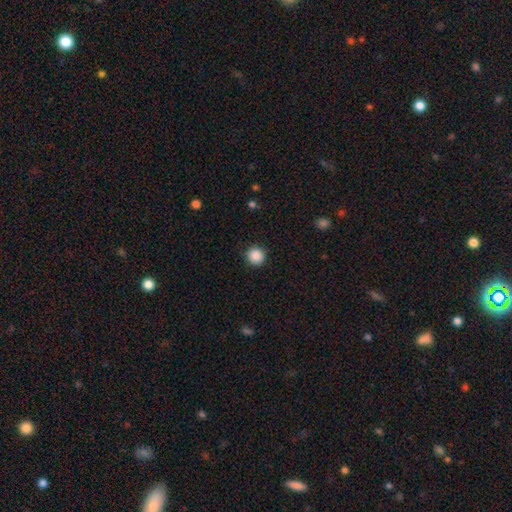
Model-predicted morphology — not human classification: A smooth galaxy with no disk features (88%) that is round (95%).

Vote fractions:
- Smooth or featured? smooth: 88% / star or artifact: 10% / featured or disk: 3%
- How rounded? round: 95% / in between: 4% / cigar-shaped: 1%
- Merging? none: 92% / minor disturbance: 5% / major disturbance: 2% / merger: 1%